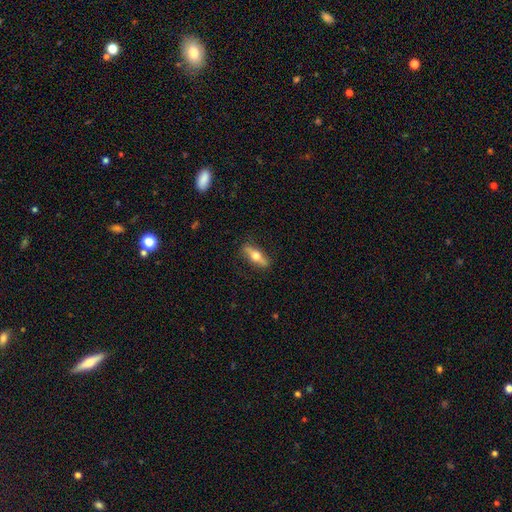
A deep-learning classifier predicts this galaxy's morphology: smooth-or-featured: featured or disk: 48% | smooth: 46% | star or artifact: 6%
  merging: none: 85% | minor disturbance: 11% | major disturbance: 3% | merger: 1%